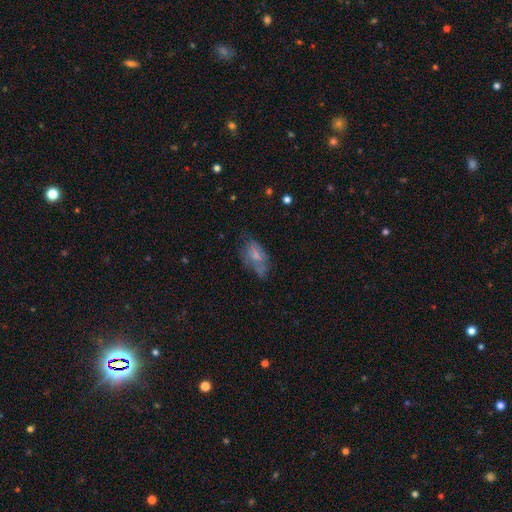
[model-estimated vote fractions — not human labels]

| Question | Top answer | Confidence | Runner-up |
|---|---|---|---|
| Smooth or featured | smooth | 53% | featured or disk (37%) |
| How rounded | in between | 89% | cigar-shaped (6%) |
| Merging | none | 45% | minor disturbance (29%) |